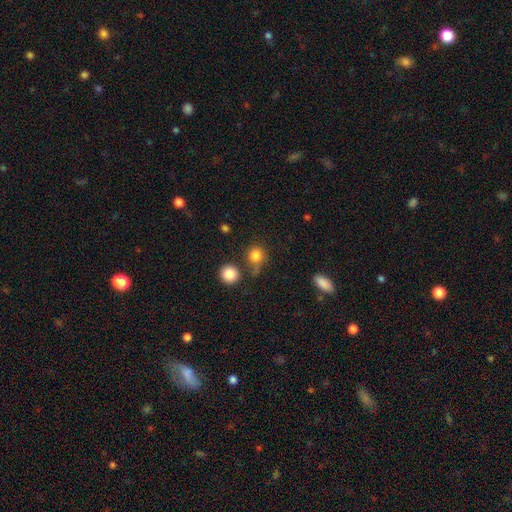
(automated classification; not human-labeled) smooth-or-featured: smooth: 82% | star or artifact: 12% | featured or disk: 7%
  how-rounded: round: 85% | in between: 14% | cigar-shaped: 1%
  merging: none: 59% | minor disturbance: 16% | merger: 15% | major disturbance: 9%